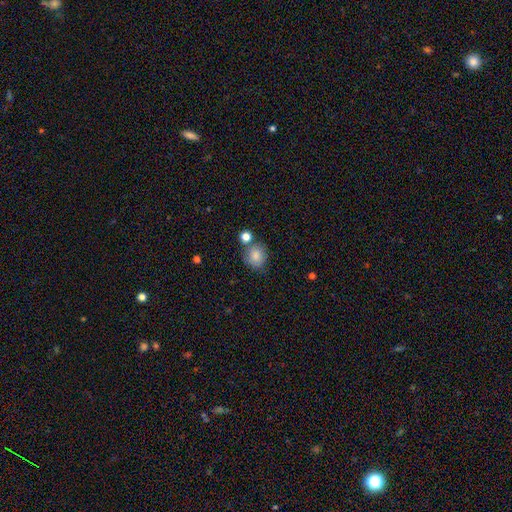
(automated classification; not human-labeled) Smooth or featured? Predicted: smooth (p=0.84). How rounded? Predicted: round (p=0.75). Merging? Predicted: none (p=0.66).